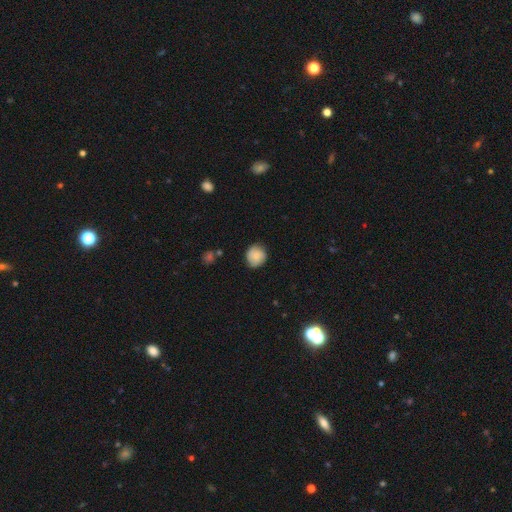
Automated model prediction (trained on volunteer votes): smooth-or-featured: smooth: 79% | featured or disk: 14% | star or artifact: 7%
  how-rounded: round: 87% | in between: 12% | cigar-shaped: 1%
  merging: none: 79% | minor disturbance: 17% | major disturbance: 3% | merger: 1%